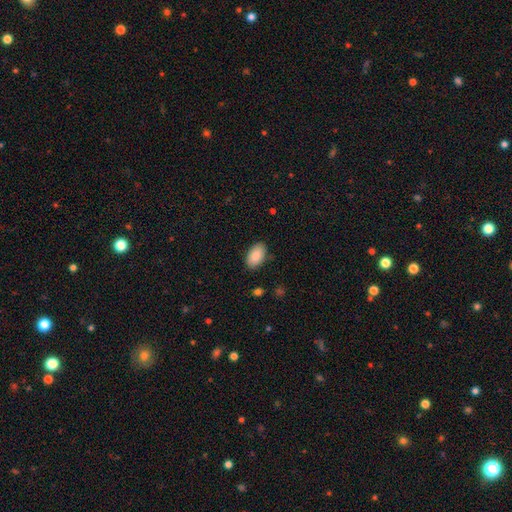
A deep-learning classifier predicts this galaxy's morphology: Smooth or featured: smooth — 89% (star or artifact — 6%)
How rounded: in between — 94% (round — 4%)
Merging: none — 86% (minor disturbance — 10%)